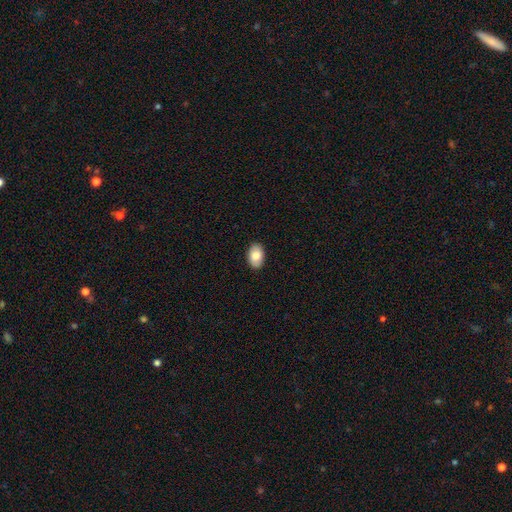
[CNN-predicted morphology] A smooth galaxy with no disk features (83%) that is in between round and cigar-shaped (90%). Merging: none (89%).